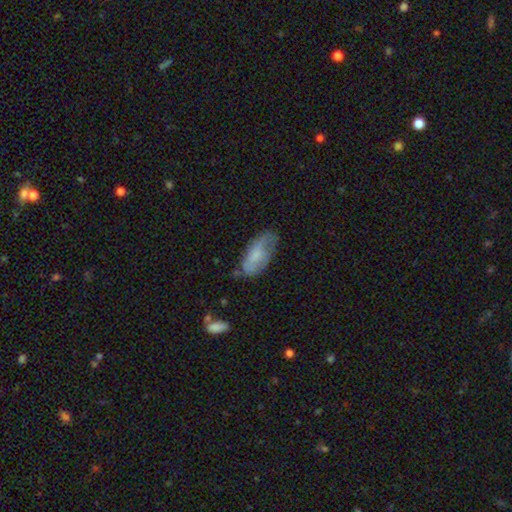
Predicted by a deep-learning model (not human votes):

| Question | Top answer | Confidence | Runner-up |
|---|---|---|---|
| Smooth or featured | smooth | 62% | featured or disk (30%) |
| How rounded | in between | 87% | cigar-shaped (10%) |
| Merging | none | 50% | minor disturbance (33%) |